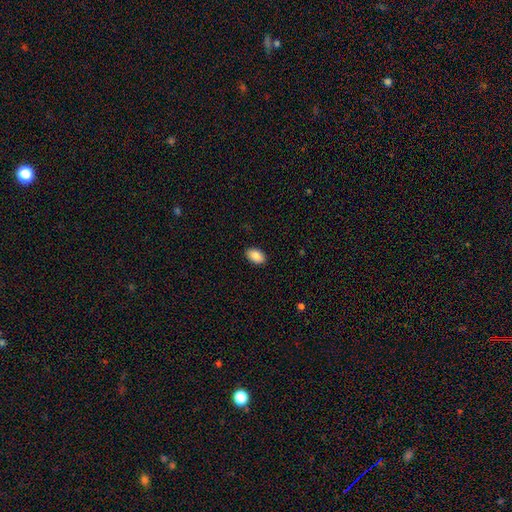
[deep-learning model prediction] A smooth galaxy with no disk features (87%) that is in between round and cigar-shaped (92%). Merging: none (90%).